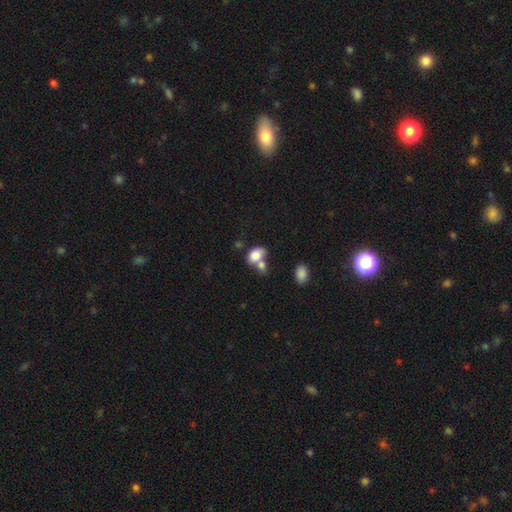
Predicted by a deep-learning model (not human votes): Smooth or featured? Predicted: smooth (p=0.80). How rounded? Predicted: in between (p=0.82). Merging? Predicted: merger (p=0.54).